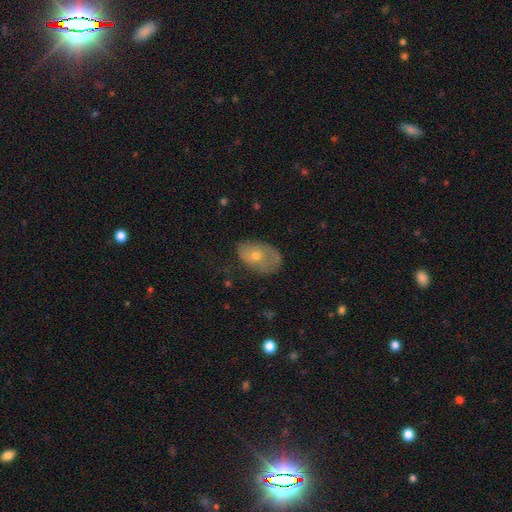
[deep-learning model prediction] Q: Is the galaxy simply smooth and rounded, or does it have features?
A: smooth — 47%.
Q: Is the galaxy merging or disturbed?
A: none — 53%.